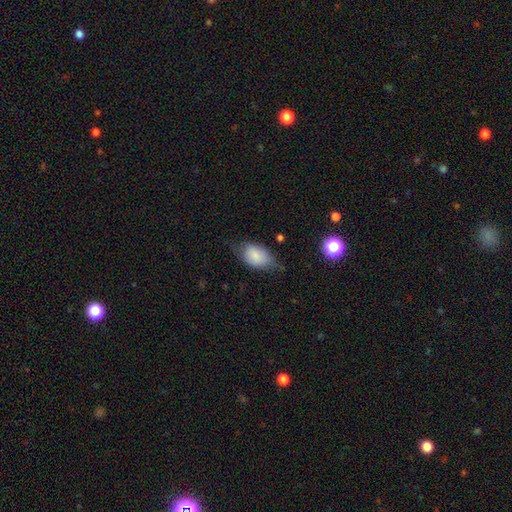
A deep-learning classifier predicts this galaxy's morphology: Smooth or featured? Predicted: smooth (p=0.79). How rounded? Predicted: in between (p=0.88). Merging? Predicted: none (p=0.48).